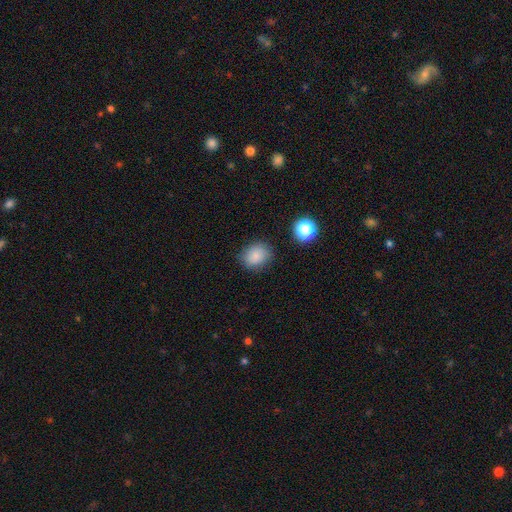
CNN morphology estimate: Smooth or featured: smooth — 84% (star or artifact — 10%)
How rounded: round — 60% (in between — 39%)
Merging: none — 82% (minor disturbance — 12%)